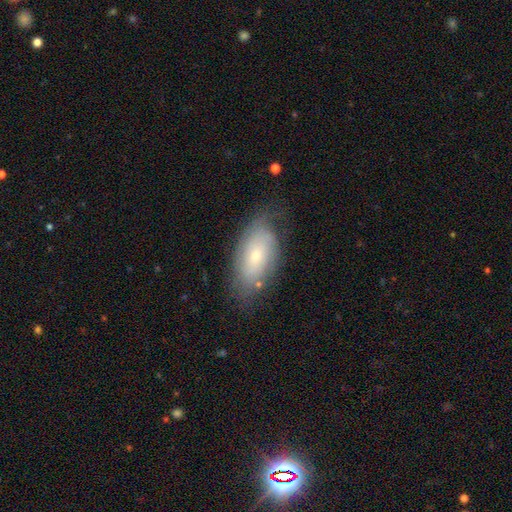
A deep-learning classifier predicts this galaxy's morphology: Q: Smooth or featured?
A: featured or disk (47%); runner-up: smooth (45%)
Q: Merging?
A: none (64%); runner-up: minor disturbance (24%)